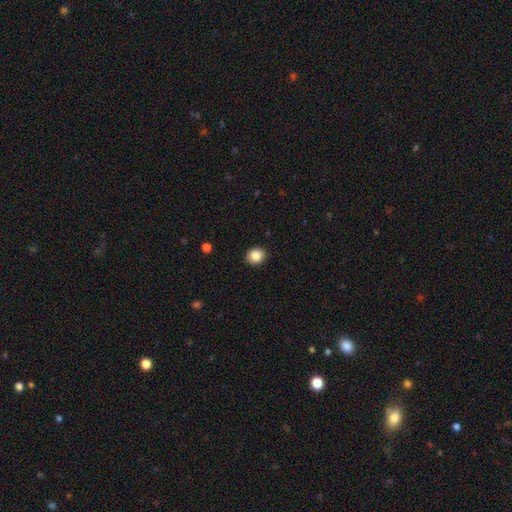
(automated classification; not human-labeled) smooth_or_featured: smooth (p=0.85) [alt: star or artifact p=0.10]
how_rounded: round (p=0.80) [alt: in between p=0.19]
merging: none (p=0.91) [alt: minor disturbance p=0.06]